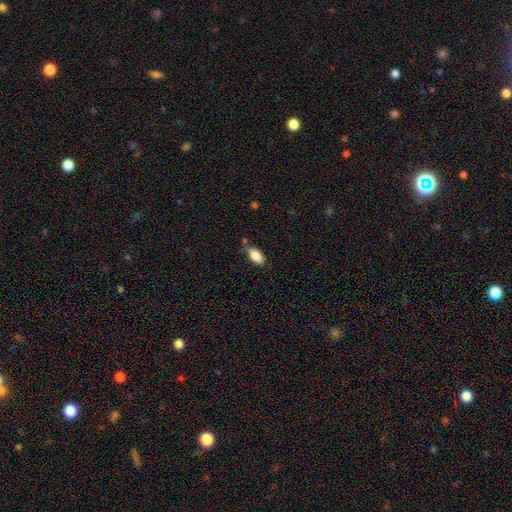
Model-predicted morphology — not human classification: A smooth galaxy with no disk features (82%) that is in between round and cigar-shaped (89%). Merging: none (66%).